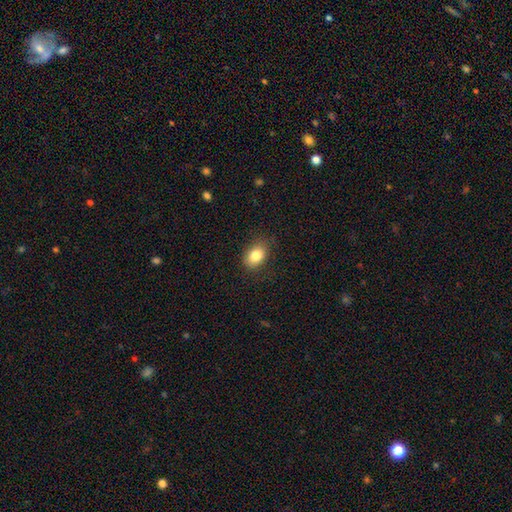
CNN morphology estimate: smooth 82%, star or artifact 9%, featured or disk 8%. Down the decision tree: how rounded — in between (75%); merging — none (82%).